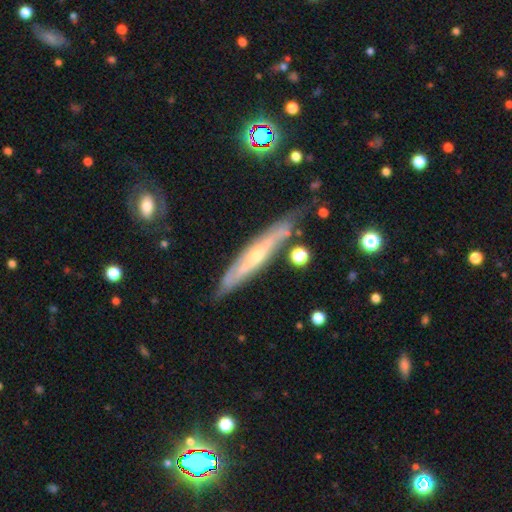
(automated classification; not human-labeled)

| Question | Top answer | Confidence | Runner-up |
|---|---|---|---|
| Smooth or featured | featured or disk | 69% | smooth (24%) |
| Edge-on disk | yes | 79% | no (21%) |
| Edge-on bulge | rounded | 62% | none (33%) |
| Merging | none | 75% | minor disturbance (18%) |